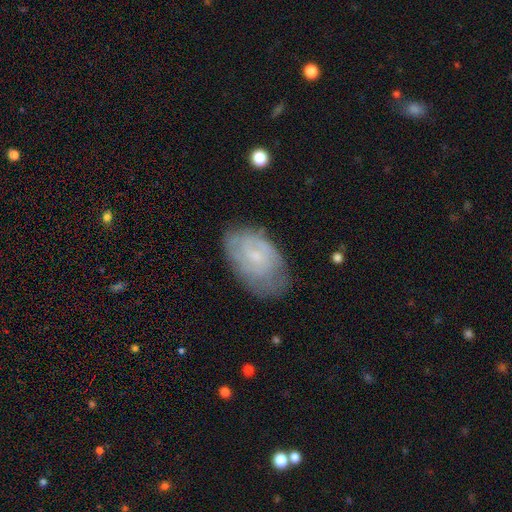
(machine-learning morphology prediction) featured or disk 58%, smooth 34%, star or artifact 8%. Down the decision tree: edge-on disk — no (95%); bar — no (60%); spiral arms — yes (75%); bulge size — small (66%); merging — none (65%).